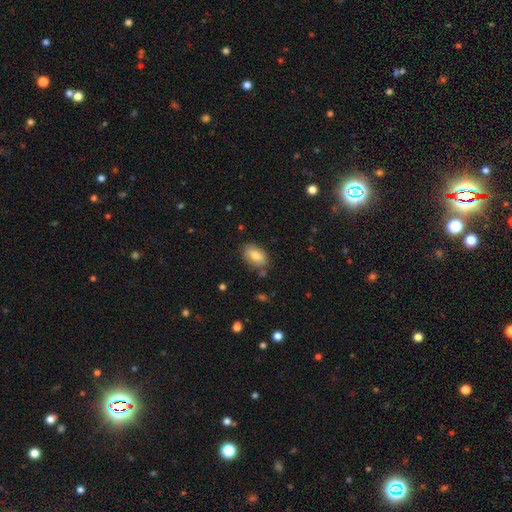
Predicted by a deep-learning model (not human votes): smooth_or_featured: smooth (p=0.83) [alt: featured or disk p=0.10]
how_rounded: in between (p=0.92) [alt: round p=0.06]
merging: none (p=0.76) [alt: minor disturbance p=0.17]